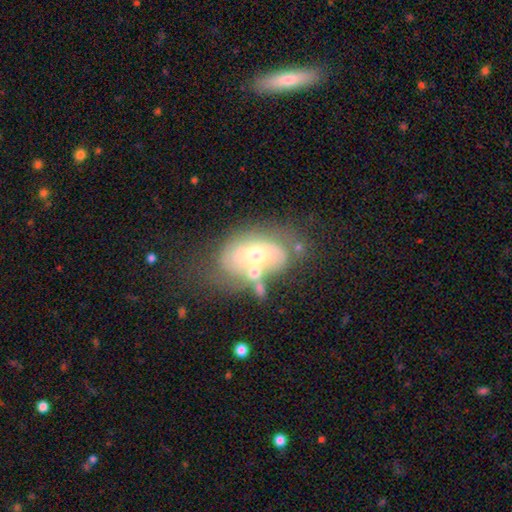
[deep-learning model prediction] This appears to be a featured or disk galaxy (62%) with no bar (69%), spiral arms (65%) and a moderate central bulge (59%). Merging: none (42%).